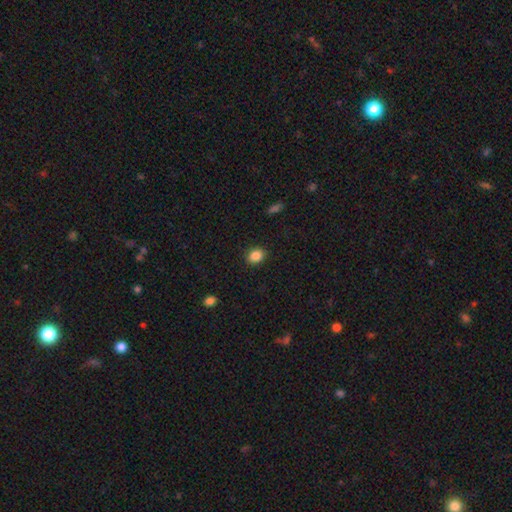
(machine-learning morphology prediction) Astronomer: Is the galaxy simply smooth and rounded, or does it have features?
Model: smooth — 86%.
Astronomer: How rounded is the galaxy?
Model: round — 52% (runner-up: in between, 47%).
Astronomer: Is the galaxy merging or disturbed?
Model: none — 89%.